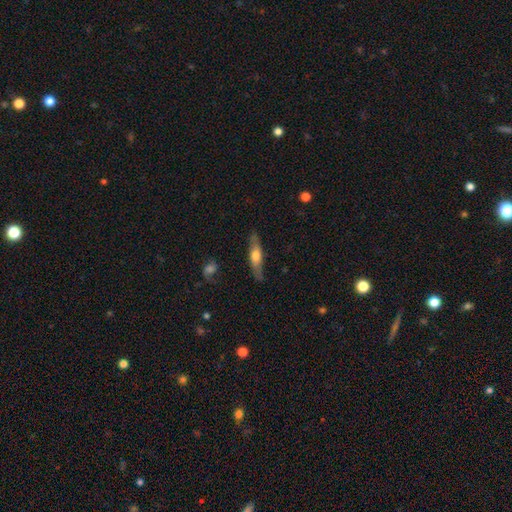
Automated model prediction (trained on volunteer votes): Smooth or featured?
  - smooth: 49% *
  - featured or disk: 45%
  - star or artifact: 5%
Merging?
  - none: 80% *
  - minor disturbance: 15%
  - major disturbance: 3%
  - merger: 2%